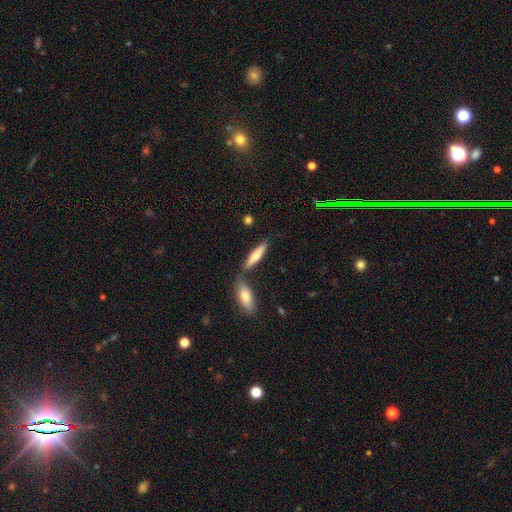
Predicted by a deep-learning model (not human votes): Q: Smooth or featured?
A: smooth (60%); runner-up: featured or disk (34%)
Q: How rounded?
A: cigar-shaped (76%); runner-up: in between (22%)
Q: Merging?
A: none (65%); runner-up: merger (20%)